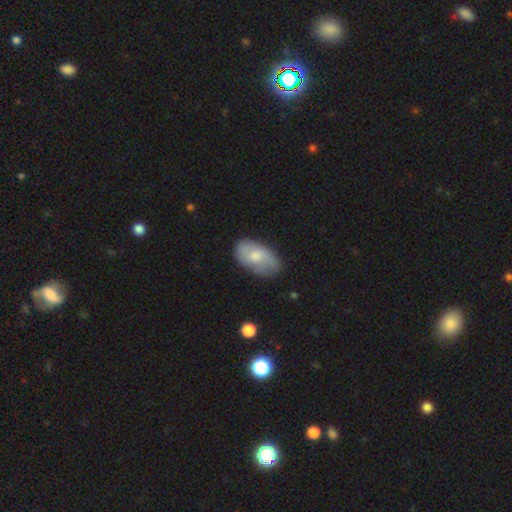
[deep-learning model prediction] Morphology: type=smooth (53%); roundness=in between (92%); merging=none (66%).